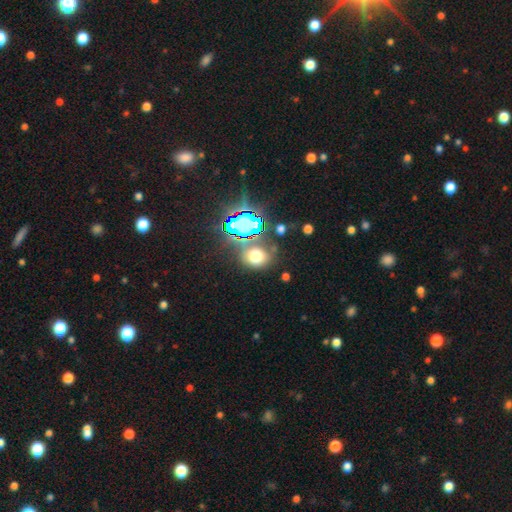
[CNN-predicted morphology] This appears to be a smooth galaxy with no disk features (58%) that is round (54%). Merging: none (67%).